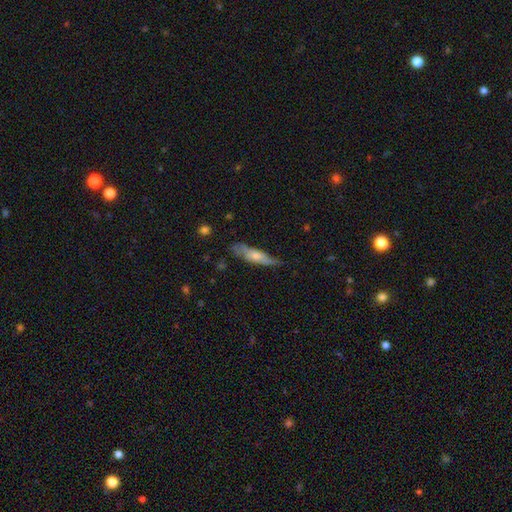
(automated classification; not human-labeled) This appears to be a smooth galaxy with no disk features (52%) that is cigar-shaped (69%). Merging: none (61%).